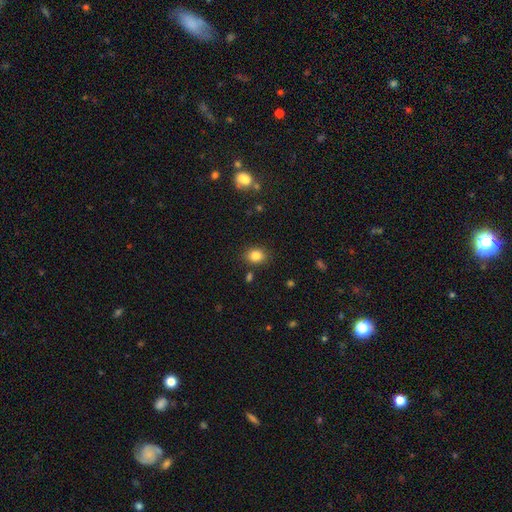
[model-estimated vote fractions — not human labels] Smooth or featured? smooth (83%)
How rounded? in between (50%)
Merging? none (85%)